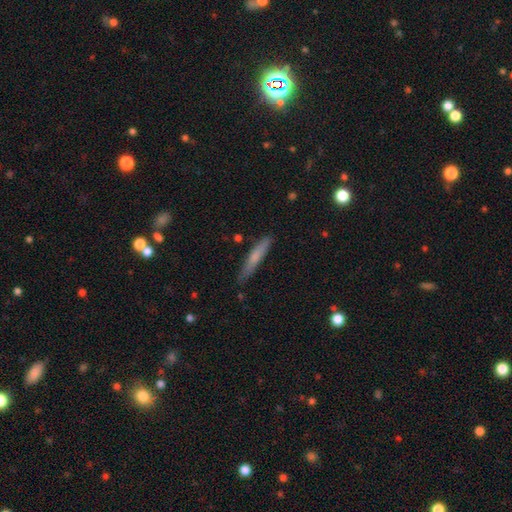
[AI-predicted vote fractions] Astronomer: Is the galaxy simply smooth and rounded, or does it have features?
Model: smooth — 64%.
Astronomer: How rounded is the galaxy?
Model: cigar-shaped — 93%.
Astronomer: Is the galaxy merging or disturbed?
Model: none — 83%.